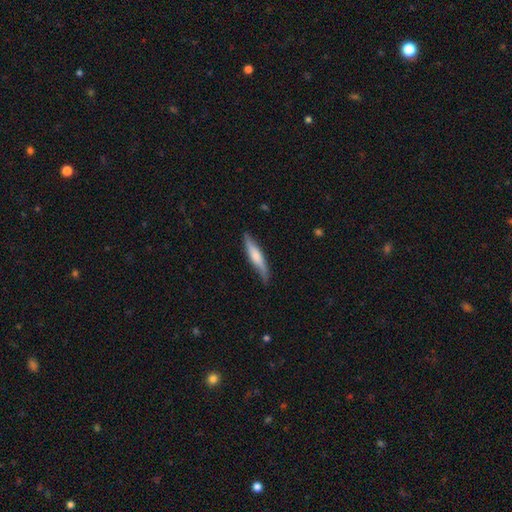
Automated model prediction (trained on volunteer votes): Overall: smooth (59%; featured or disk 36%). How rounded: cigar-shaped (86%). Merging: none (76%).